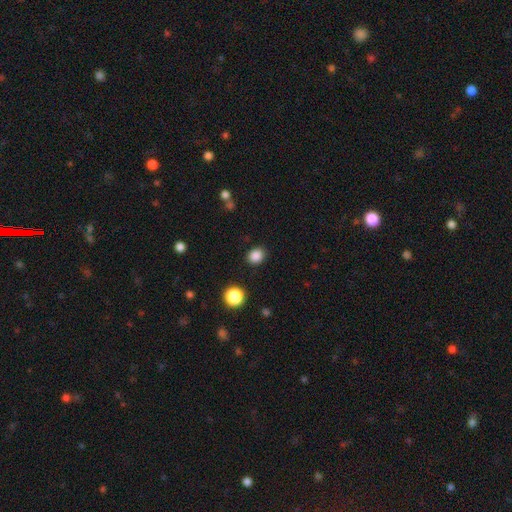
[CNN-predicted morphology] The model was most divided on "how rounded": round: 63%, in between: 36%, cigar-shaped: 1%. More confident: merging — none (87%); smooth or featured — smooth (86%).